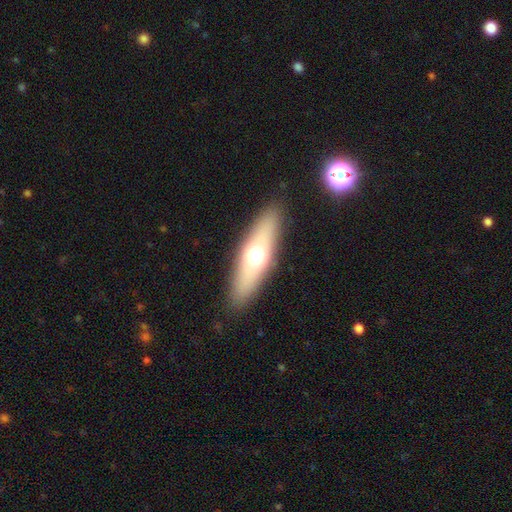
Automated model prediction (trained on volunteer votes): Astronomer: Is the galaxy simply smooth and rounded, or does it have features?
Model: smooth — 53% (runner-up: featured or disk, 37%).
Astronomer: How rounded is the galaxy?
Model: cigar-shaped — 48% (runner-up: in between, 46%).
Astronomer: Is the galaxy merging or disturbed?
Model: none — 88%.